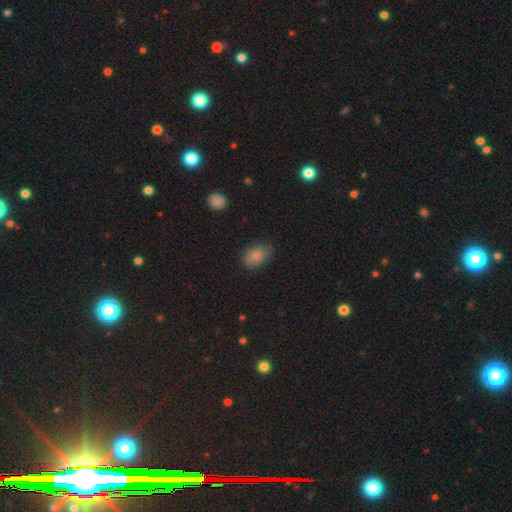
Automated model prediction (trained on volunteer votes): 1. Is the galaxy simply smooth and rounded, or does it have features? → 85% smooth, 9% star or artifact, 7% featured or disk.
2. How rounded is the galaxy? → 81% in between, 17% round, 1% cigar-shaped.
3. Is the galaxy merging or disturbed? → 72% none, 22% minor disturbance, 5% major disturbance, 1% merger.